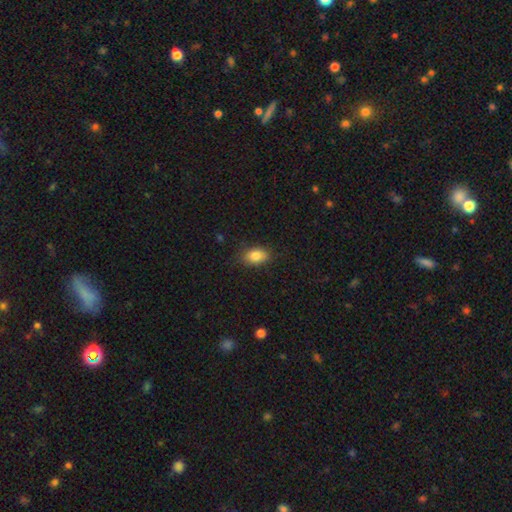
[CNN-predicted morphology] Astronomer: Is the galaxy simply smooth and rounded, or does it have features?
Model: smooth — 85%.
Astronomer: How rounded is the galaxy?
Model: in between — 85%.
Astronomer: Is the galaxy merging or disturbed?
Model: none — 81%.